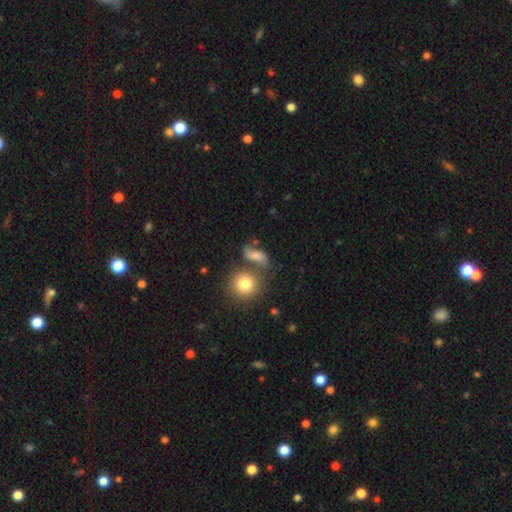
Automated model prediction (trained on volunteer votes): A smooth galaxy with no disk features (63%) that is in between round and cigar-shaped (59%).

Vote fractions:
- Smooth or featured? smooth: 63% / featured or disk: 24% / star or artifact: 14%
- How rounded? in between: 59% / round: 30% / cigar-shaped: 11%
- Merging? none: 45% / merger: 23% / minor disturbance: 18% / major disturbance: 13%